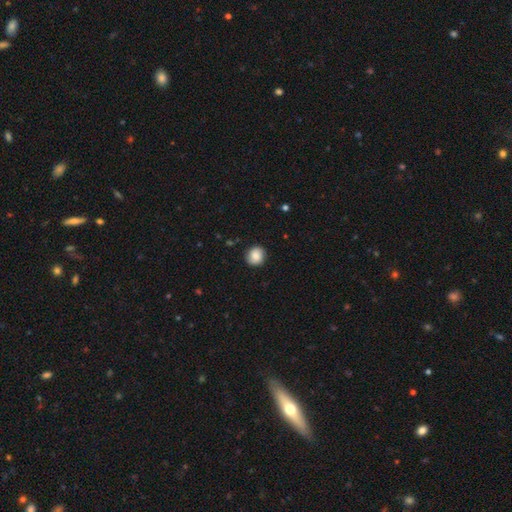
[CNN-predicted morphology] A smooth galaxy with no disk features (83%) that is round (82%).

Vote fractions:
- Smooth or featured? smooth: 83% / featured or disk: 8% / star or artifact: 8%
- How rounded? round: 82% / in between: 17% / cigar-shaped: 1%
- Merging? none: 87% / minor disturbance: 10% / major disturbance: 2% / merger: 1%